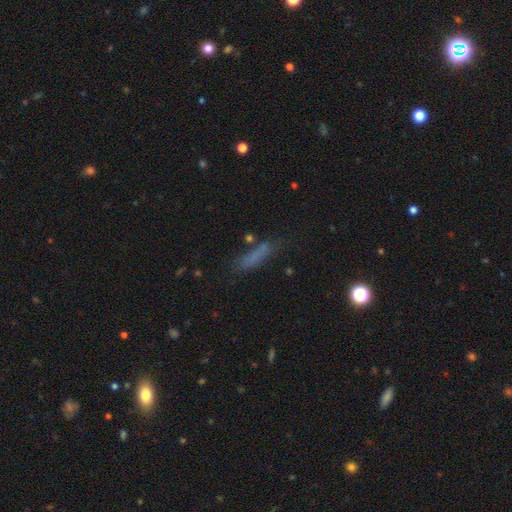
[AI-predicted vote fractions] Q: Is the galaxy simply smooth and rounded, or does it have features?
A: smooth — 70%.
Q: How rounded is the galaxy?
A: cigar-shaped — 76%.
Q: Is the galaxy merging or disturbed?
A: none — 69%.